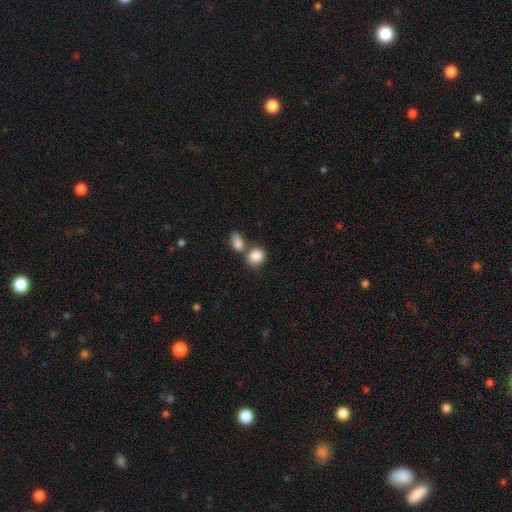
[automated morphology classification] Q: Smooth or featured?
A: smooth (86%); runner-up: star or artifact (8%)
Q: How rounded?
A: round (57%); runner-up: in between (41%)
Q: Merging?
A: merger (44%); runner-up: none (41%)